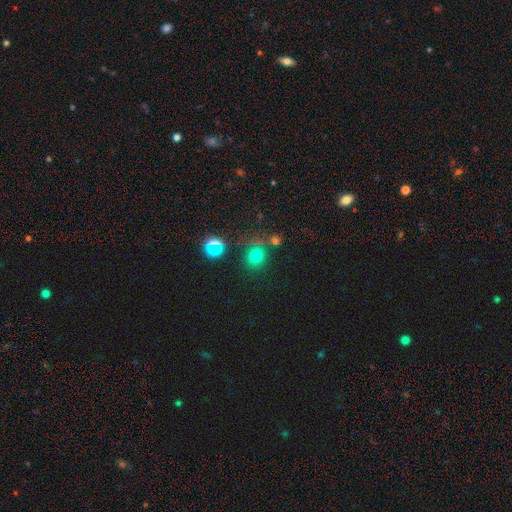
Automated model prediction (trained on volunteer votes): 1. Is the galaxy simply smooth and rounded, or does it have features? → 64% smooth, 28% star or artifact, 8% featured or disk.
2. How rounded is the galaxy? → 81% round, 17% in between, 1% cigar-shaped.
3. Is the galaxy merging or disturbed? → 74% none, 11% minor disturbance, 10% merger, 5% major disturbance.